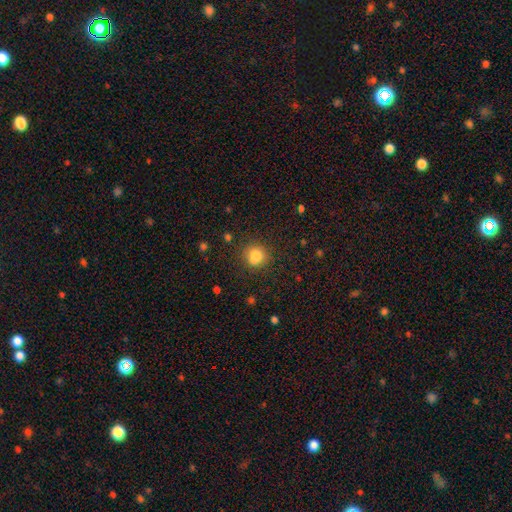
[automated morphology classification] type=smooth (80%); roundness=round (79%); merging=none (72%).